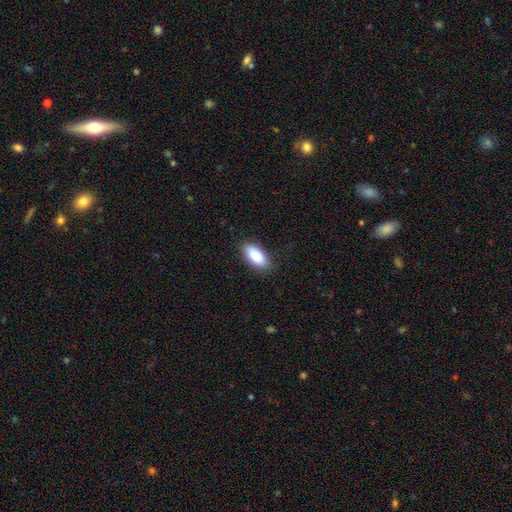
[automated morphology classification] Smooth or featured? Predicted: smooth (p=0.89). How rounded? Predicted: in between (p=0.89). Merging? Predicted: none (p=0.85).